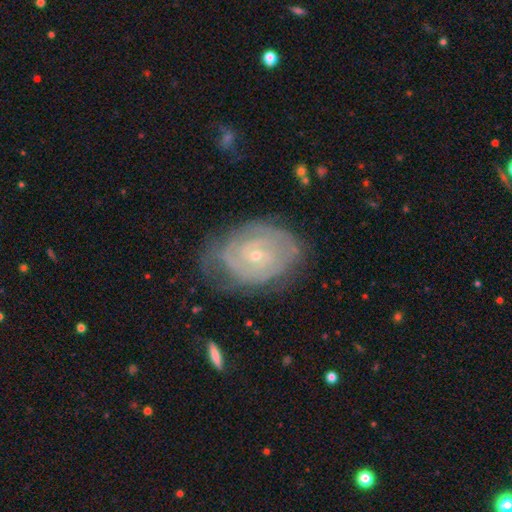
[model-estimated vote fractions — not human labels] Smooth or featured?
  - featured or disk: 79% *
  - smooth: 14%
  - star or artifact: 6%
Edge-on disk?
  - no: 96% *
  - yes: 4%
Bar?
  - no: 71% *
  - weak: 24%
  - strong: 5%
Spiral arms?
  - yes: 88% *
  - no: 12%
Spiral winding?
  - tight: 75% *
  - medium: 19%
  - loose: 5%
Spiral arm count?
  - can't tell: 47% *
  - 2: 26%
  - 3: 11%
  - 4: 7%
  - 1: 5%
  - more than 4: 4%
Bulge size?
  - small: 77% *
  - moderate: 20%
  - none: 1%
  - large: 1%
  - dominant: 1%
Merging?
  - none: 66% *
  - minor disturbance: 23%
  - major disturbance: 9%
  - merger: 2%